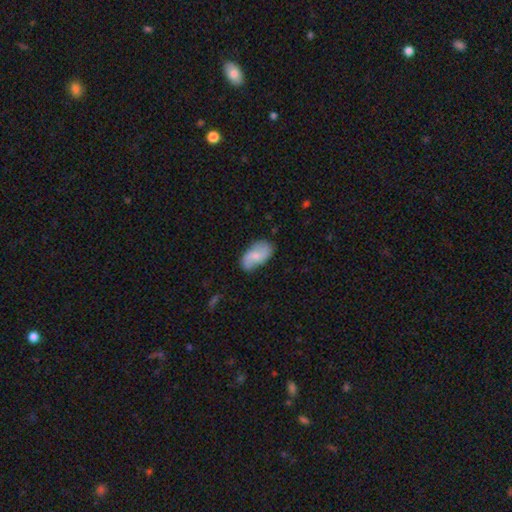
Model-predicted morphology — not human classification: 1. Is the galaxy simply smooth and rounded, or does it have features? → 54% smooth, 39% featured or disk, 7% star or artifact.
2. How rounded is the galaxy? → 93% in between, 5% round, 3% cigar-shaped.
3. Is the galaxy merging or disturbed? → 70% none, 23% minor disturbance, 5% major disturbance, 2% merger.